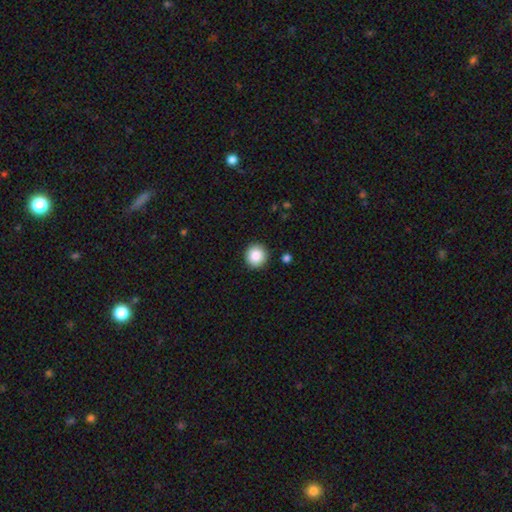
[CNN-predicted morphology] The model was most divided on "smooth or featured": smooth: 87%, star or artifact: 9%, featured or disk: 5%. More confident: how rounded — round (93%); merging — none (91%).